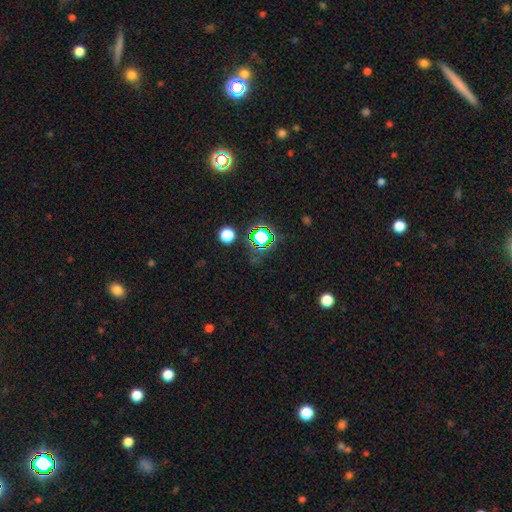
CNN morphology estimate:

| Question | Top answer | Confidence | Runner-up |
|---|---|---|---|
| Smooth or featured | star or artifact | 75% | smooth (17%) |